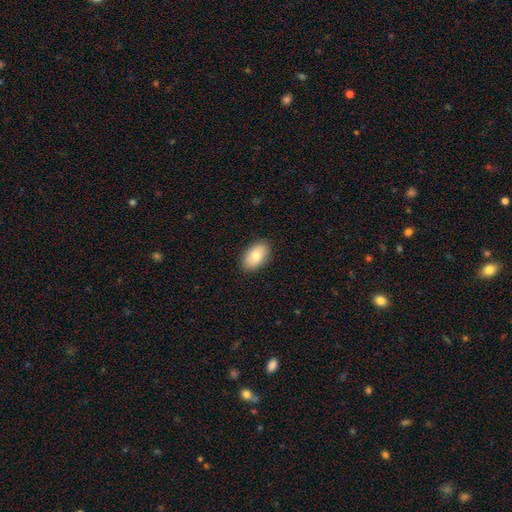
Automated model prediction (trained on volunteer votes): A smooth galaxy with no disk features (78%) that is in between round and cigar-shaped (93%). Merging: none (88%).